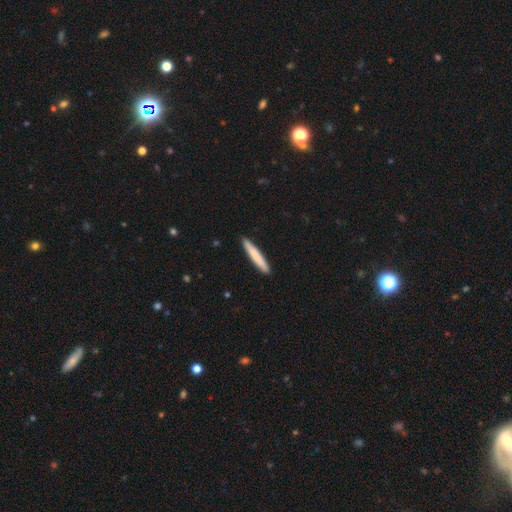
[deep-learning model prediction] smooth_or_featured: smooth (p=0.76) [alt: featured or disk p=0.19]
how_rounded: cigar-shaped (p=0.94) [alt: in between p=0.04]
merging: none (p=0.90) [alt: minor disturbance p=0.07]